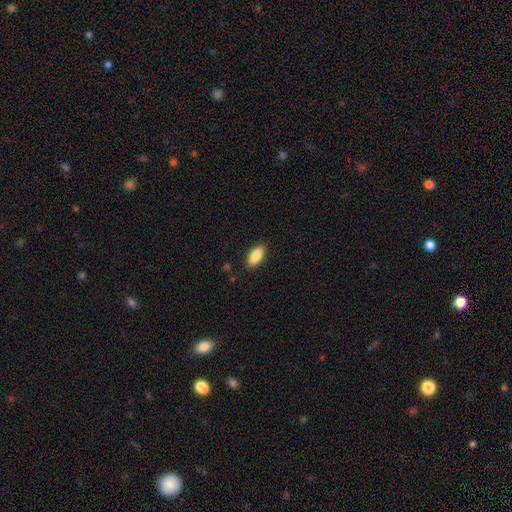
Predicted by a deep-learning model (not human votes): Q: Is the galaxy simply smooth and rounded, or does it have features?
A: smooth — 87%.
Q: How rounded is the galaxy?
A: in between — 90%.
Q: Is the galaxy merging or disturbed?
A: none — 87%.